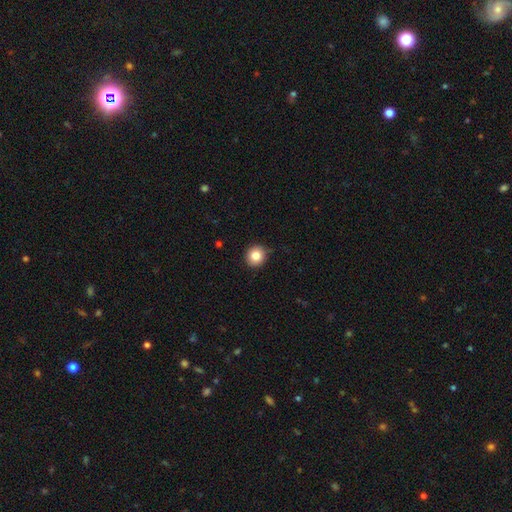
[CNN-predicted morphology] type=smooth (84%); roundness=round (89%); merging=none (86%).